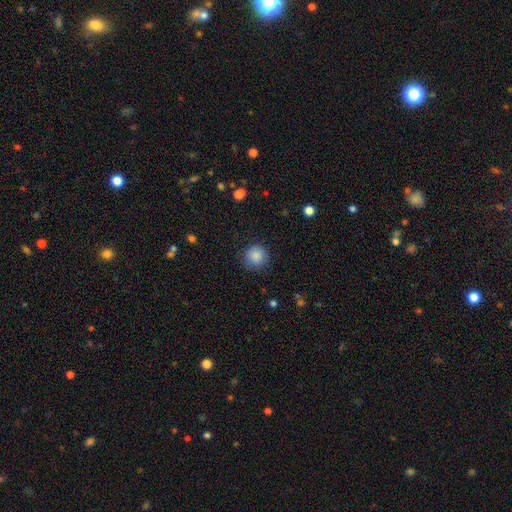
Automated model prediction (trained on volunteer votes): This is clearly a smooth galaxy (87%). How rounded: clearly round (93%). Merging: clearly none (85%).